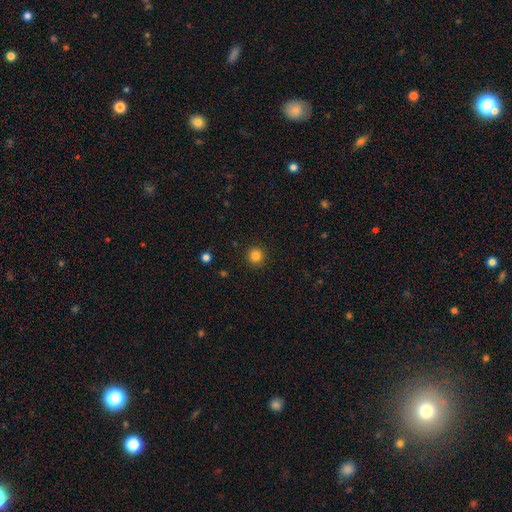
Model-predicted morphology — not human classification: This is clearly a smooth galaxy (84%). How rounded: clearly round (95%). Merging: clearly none (92%).